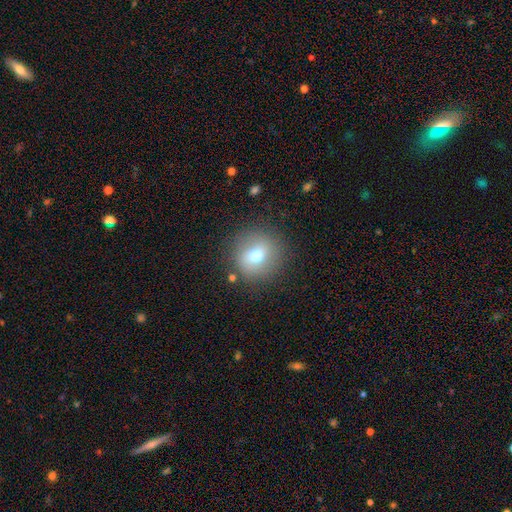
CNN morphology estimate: A smooth galaxy with no disk features (68%) that is round (92%).

Vote fractions:
- Smooth or featured? smooth: 68% / featured or disk: 21% / star or artifact: 12%
- How rounded? round: 92% / in between: 7% / cigar-shaped: 1%
- Merging? none: 86% / minor disturbance: 8% / major disturbance: 3% / merger: 2%